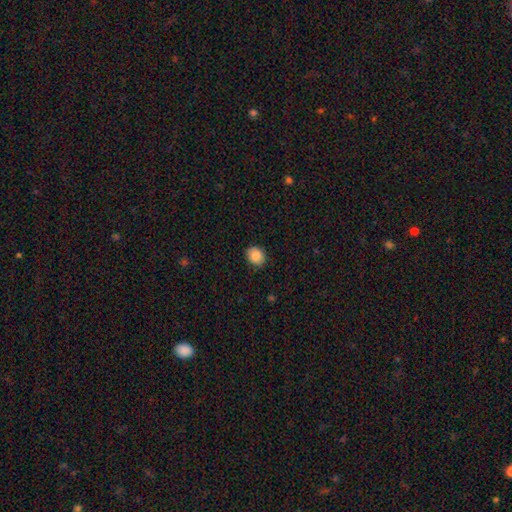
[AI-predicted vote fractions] smooth 88%, star or artifact 8%, featured or disk 4%. Down the decision tree: how rounded — round (57%); merging — none (86%).